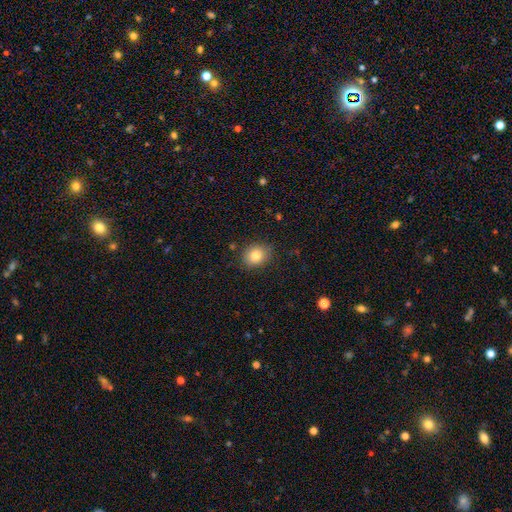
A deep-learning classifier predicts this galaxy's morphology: A smooth galaxy with no disk features (82%) that is round (60%). Merging: none (84%).